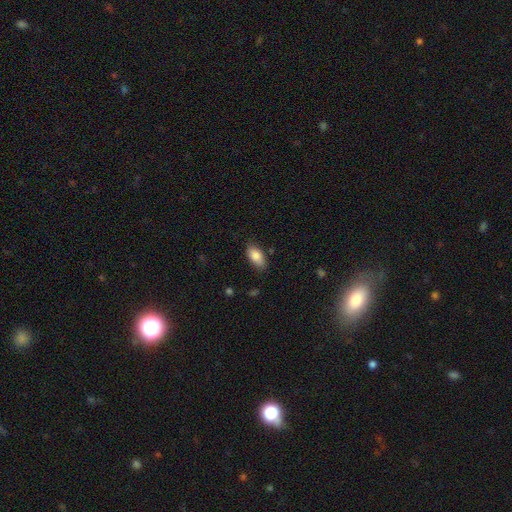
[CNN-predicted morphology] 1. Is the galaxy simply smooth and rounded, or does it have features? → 84% smooth, 9% featured or disk, 7% star or artifact.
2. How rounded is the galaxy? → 91% in between, 5% cigar-shaped, 3% round.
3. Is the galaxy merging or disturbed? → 81% none, 15% minor disturbance, 3% major disturbance, 2% merger.